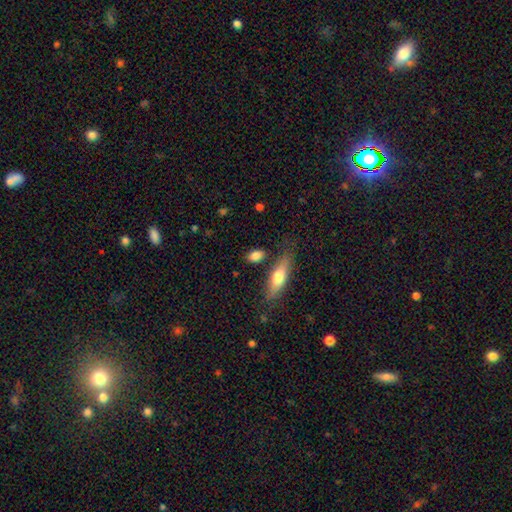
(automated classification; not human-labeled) smooth-or-featured: smooth: 81% | featured or disk: 11% | star or artifact: 7%
  how-rounded: in between: 78% | cigar-shaped: 11% | round: 11%
  merging: none: 77% | minor disturbance: 12% | merger: 7% | major disturbance: 4%